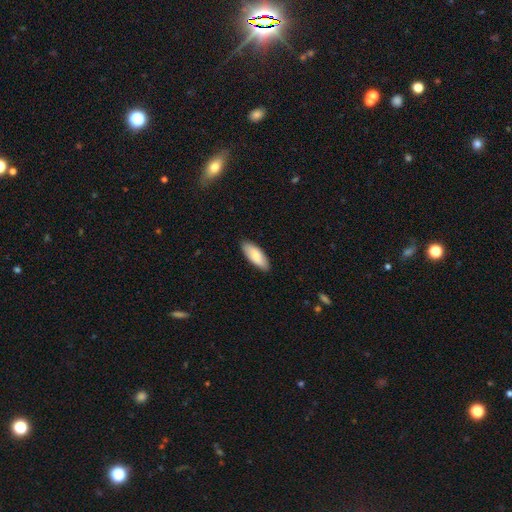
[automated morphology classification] This appears to be a smooth galaxy with no disk features (82%) that is in between round and cigar-shaped (78%). Merging: none (88%).